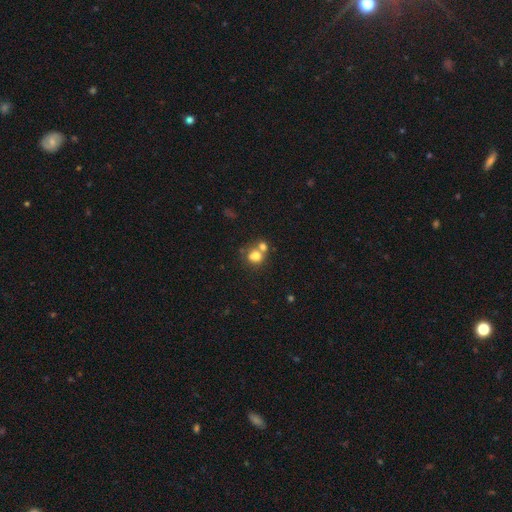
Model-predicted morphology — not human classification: Overall: smooth (74%). How rounded: round (68%; in between 31%). Merging: merger (51%; none 37%).